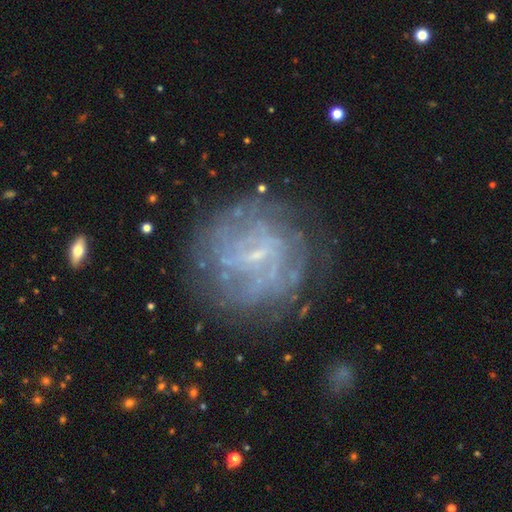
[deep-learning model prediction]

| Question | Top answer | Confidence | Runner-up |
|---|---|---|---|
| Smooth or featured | featured or disk | 72% | smooth (18%) |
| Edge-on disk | no | 97% | yes (3%) |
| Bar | weak | 51% | no (32%) |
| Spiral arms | yes | 69% | no (31%) |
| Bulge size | small | 73% | none (17%) |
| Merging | none | 74% | minor disturbance (14%) |